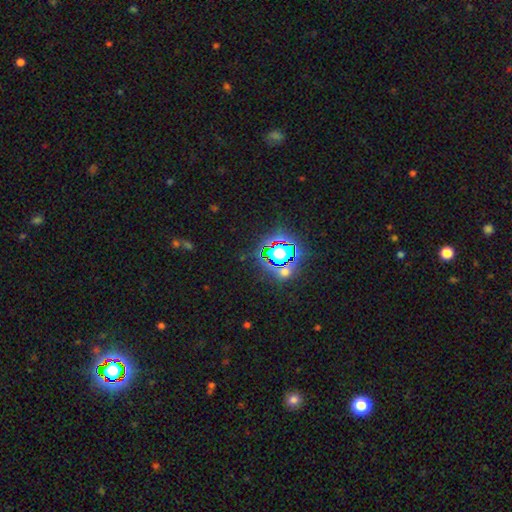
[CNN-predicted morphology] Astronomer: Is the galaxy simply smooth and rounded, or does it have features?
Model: star or artifact — 77%.